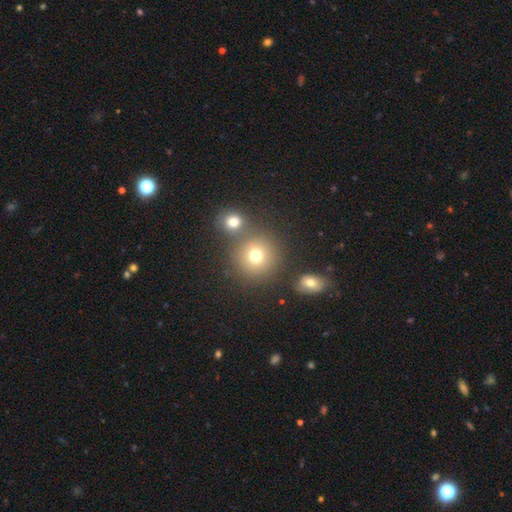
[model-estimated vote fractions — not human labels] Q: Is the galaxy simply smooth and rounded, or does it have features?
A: smooth — 75%.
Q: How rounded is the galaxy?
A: round — 91%.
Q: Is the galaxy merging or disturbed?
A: none — 66%.